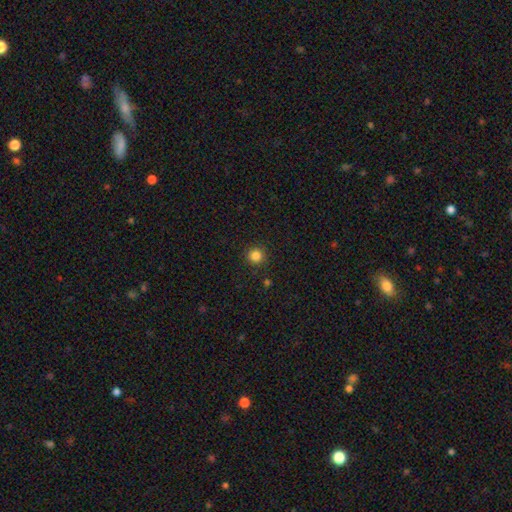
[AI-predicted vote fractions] smooth_or_featured: smooth (p=0.84) [alt: star or artifact p=0.12]
how_rounded: round (p=0.95) [alt: in between p=0.04]
merging: none (p=0.91) [alt: minor disturbance p=0.05]